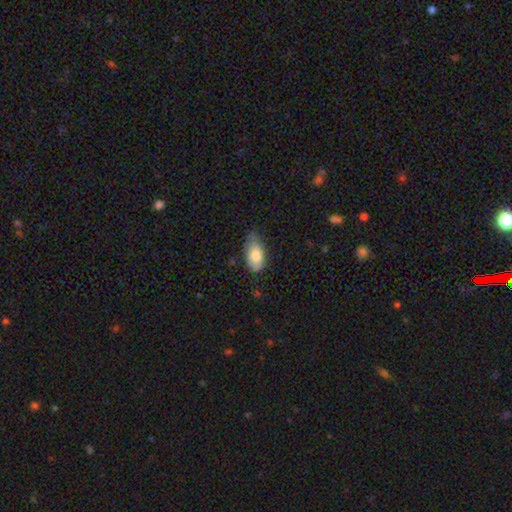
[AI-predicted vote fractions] smooth_or_featured: smooth (p=0.79) [alt: featured or disk p=0.14]
how_rounded: in between (p=0.92) [alt: round p=0.05]
merging: minor disturbance (p=0.45) [alt: none p=0.43]